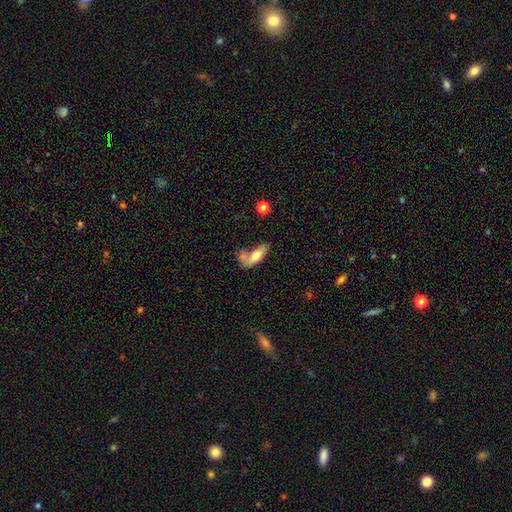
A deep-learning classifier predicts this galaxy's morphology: Smooth or featured?
  - smooth: 68% *
  - featured or disk: 24%
  - star or artifact: 7%
How rounded?
  - in between: 74% *
  - cigar-shaped: 22%
  - round: 4%
Merging?
  - merger: 39% *
  - none: 31%
  - minor disturbance: 17%
  - major disturbance: 13%